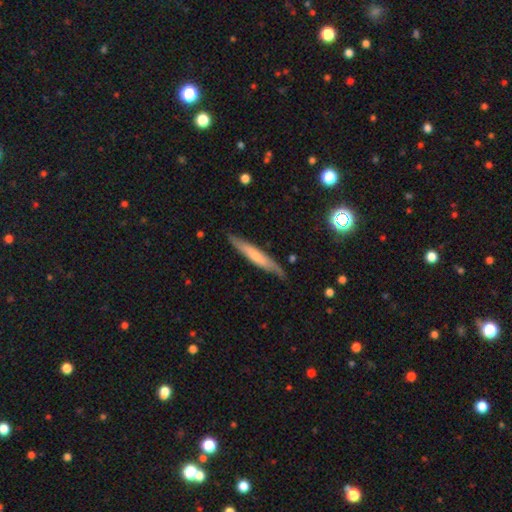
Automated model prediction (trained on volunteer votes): The model was most divided on "smooth or featured": smooth: 53%, featured or disk: 42%, star or artifact: 5%. More confident: how rounded — cigar-shaped (93%); merging — none (80%).